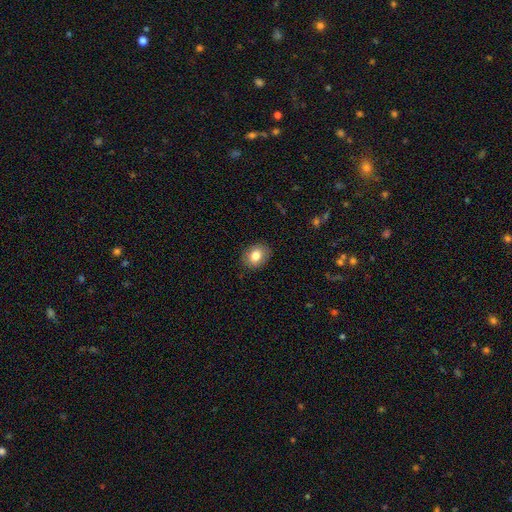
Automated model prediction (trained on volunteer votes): Smooth or featured?
  - smooth: 82% *
  - featured or disk: 10%
  - star or artifact: 8%
How rounded?
  - in between: 56% *
  - round: 43%
  - cigar-shaped: 1%
Merging?
  - none: 88% *
  - minor disturbance: 9%
  - major disturbance: 2%
  - merger: 1%